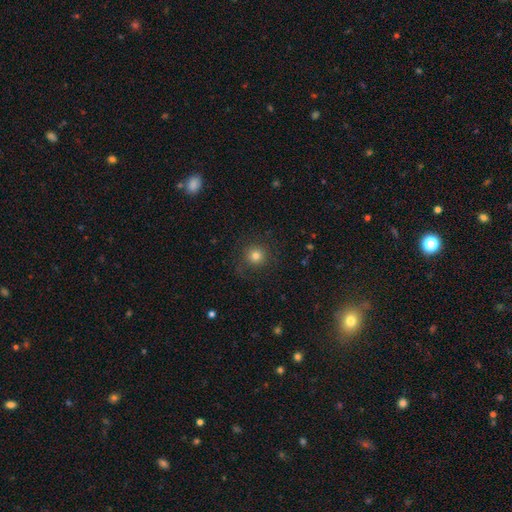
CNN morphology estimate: Overall: smooth (79%). How rounded: round (94%). Merging: none (85%).